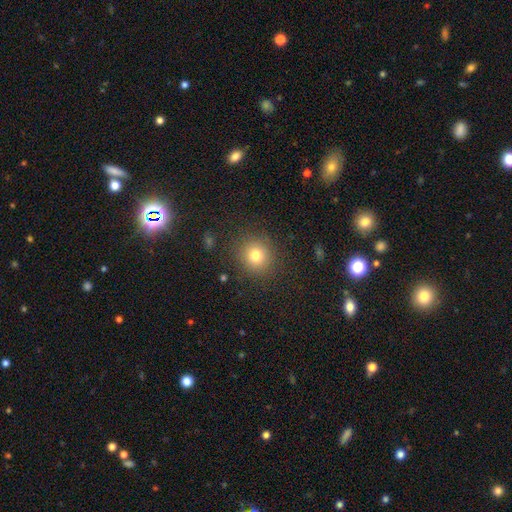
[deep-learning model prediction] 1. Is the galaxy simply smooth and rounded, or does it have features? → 78% smooth, 13% star or artifact, 9% featured or disk.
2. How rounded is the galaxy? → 88% round, 11% in between, 1% cigar-shaped.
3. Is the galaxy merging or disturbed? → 87% none, 8% minor disturbance, 3% major disturbance, 1% merger.